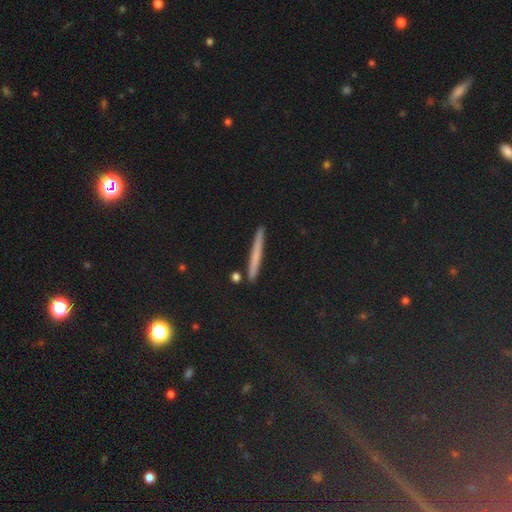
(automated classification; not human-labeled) smooth_or_featured: smooth (p=0.57) [alt: featured or disk p=0.24]
how_rounded: cigar-shaped (p=0.92) [alt: round p=0.04]
merging: none (p=0.90) [alt: minor disturbance p=0.06]